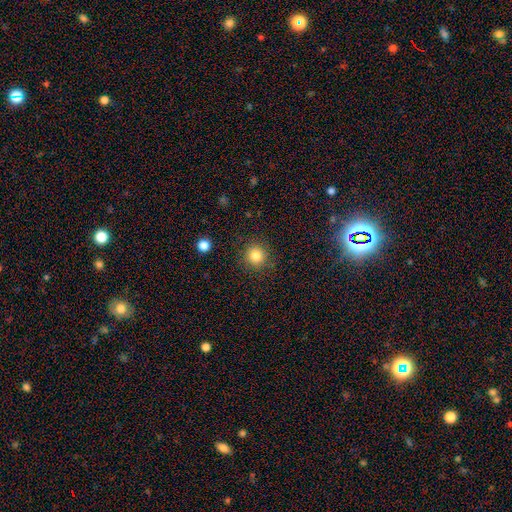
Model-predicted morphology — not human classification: The model was most divided on "smooth or featured": smooth: 83%, star or artifact: 12%, featured or disk: 6%. More confident: how rounded — round (93%); merging — none (89%).